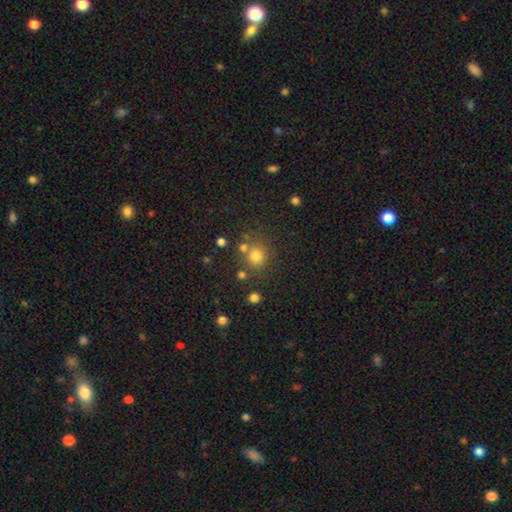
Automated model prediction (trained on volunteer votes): Overall: smooth (75%). How rounded: round (88%). Merging: none (71%).